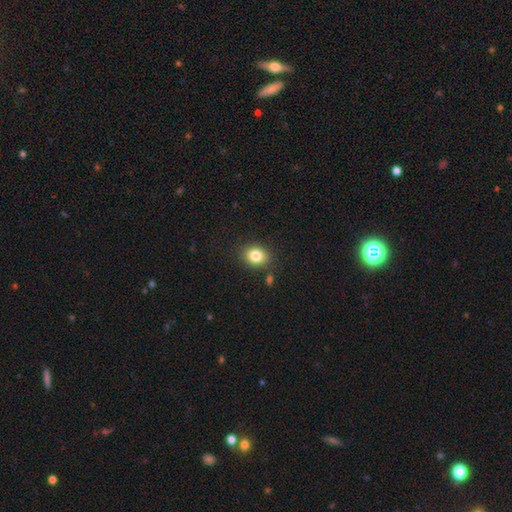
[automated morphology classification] A smooth galaxy with no disk features (82%) that is round (56%).

Vote fractions:
- Smooth or featured? smooth: 82% / star or artifact: 11% / featured or disk: 7%
- How rounded? round: 56% / in between: 43% / cigar-shaped: 1%
- Merging? none: 84% / minor disturbance: 9% / merger: 4% / major disturbance: 3%